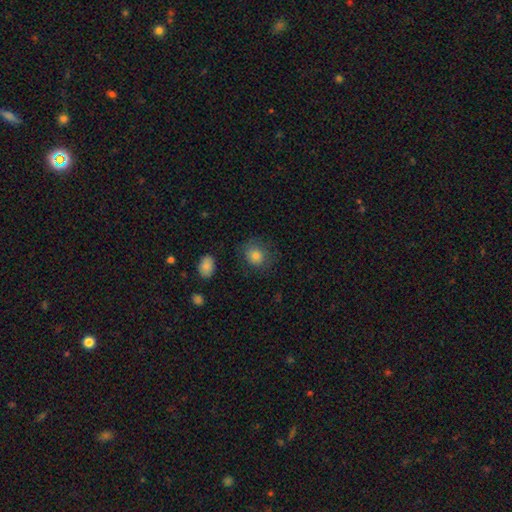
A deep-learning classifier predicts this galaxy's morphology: Smooth or featured?
  - smooth: 83% *
  - star or artifact: 11%
  - featured or disk: 7%
How rounded?
  - round: 78% *
  - in between: 21%
  - cigar-shaped: 1%
Merging?
  - none: 78% *
  - minor disturbance: 15%
  - major disturbance: 6%
  - merger: 2%